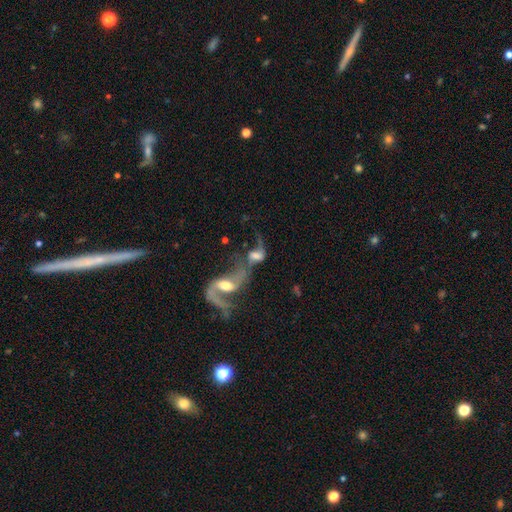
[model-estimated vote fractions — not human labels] smooth-or-featured: featured or disk: 62% | smooth: 28% | star or artifact: 10%
  disk-edge-on: no: 94% | yes: 6%
    bar: no: 44% | weak: 37% | strong: 19%
    has-spiral-arms: yes: 74% | no: 26%
    bulge-size: moderate: 44% | large: 23% | small: 18% | none: 12% | dominant: 3%
  merging: merger: 71% | major disturbance: 14% | none: 10% | minor disturbance: 5%